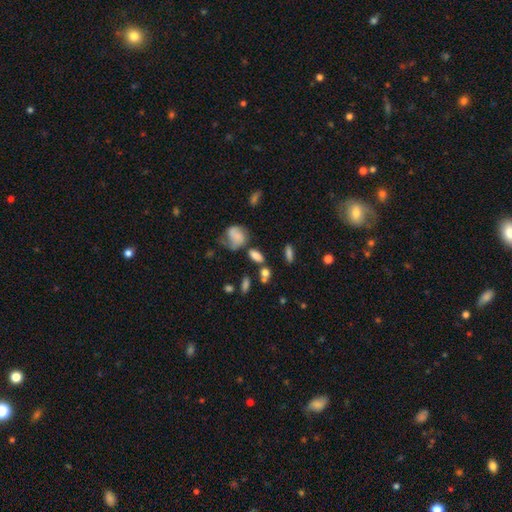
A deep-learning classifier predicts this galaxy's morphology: A smooth galaxy with no disk features (69%) that is in between round and cigar-shaped (69%). Merging: none (56%).